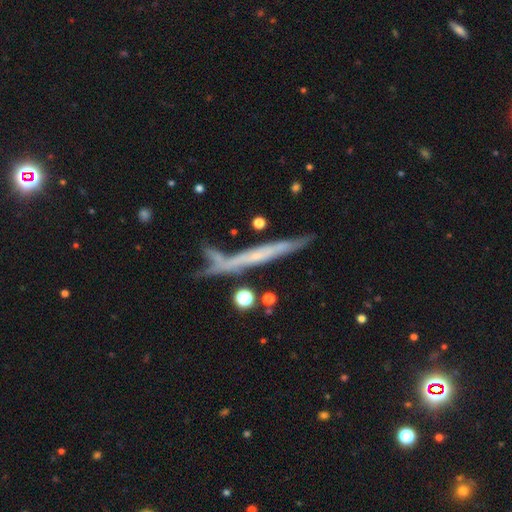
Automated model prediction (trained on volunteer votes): A featured or disk galaxy (60%) viewed edge-on (87%) with no central bulge (78%).

Vote fractions:
- Smooth or featured? featured or disk: 60% / smooth: 29% / star or artifact: 11%
- Edge-on disk? yes: 87% / no: 13%
- Edge-on bulge? none: 78% / rounded: 17% / boxy: 6%
- Merging? none: 61% / minor disturbance: 19% / merger: 10% / major disturbance: 9%